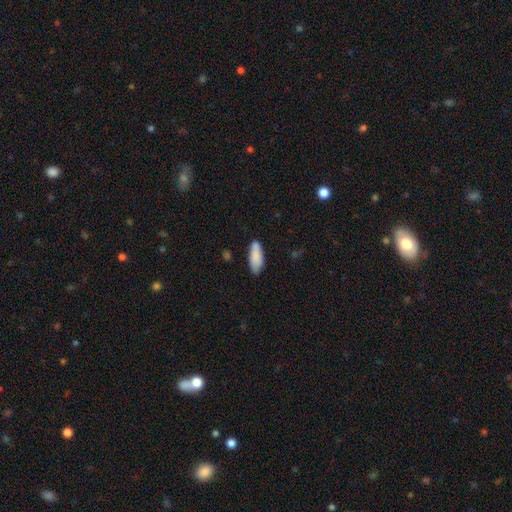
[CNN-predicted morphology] Q: Smooth or featured?
A: smooth (86%); runner-up: featured or disk (8%)
Q: How rounded?
A: in between (72%); runner-up: cigar-shaped (26%)
Q: Merging?
A: none (69%); runner-up: minor disturbance (21%)